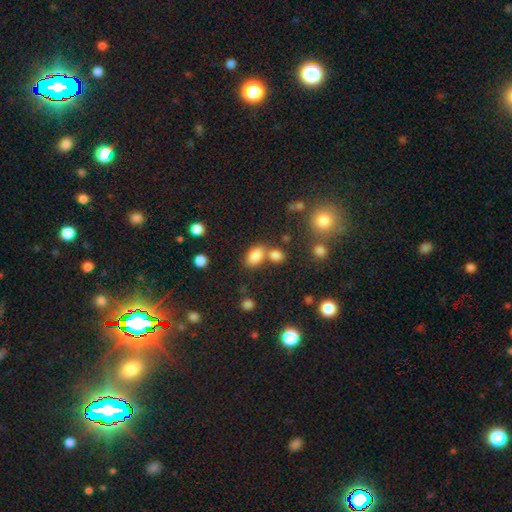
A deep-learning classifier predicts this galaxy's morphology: This appears to be a smooth galaxy with no disk features (83%) that is in between round and cigar-shaped (88%). Merging: none (55%).